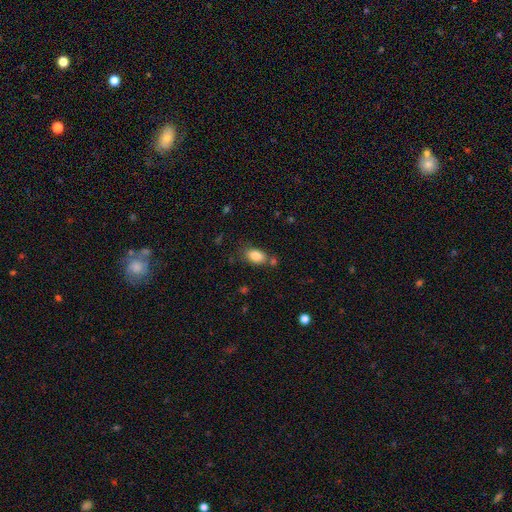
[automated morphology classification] Q: Smooth or featured?
A: smooth (84%); runner-up: star or artifact (8%)
Q: How rounded?
A: in between (89%); runner-up: round (9%)
Q: Merging?
A: none (68%); runner-up: minor disturbance (16%)